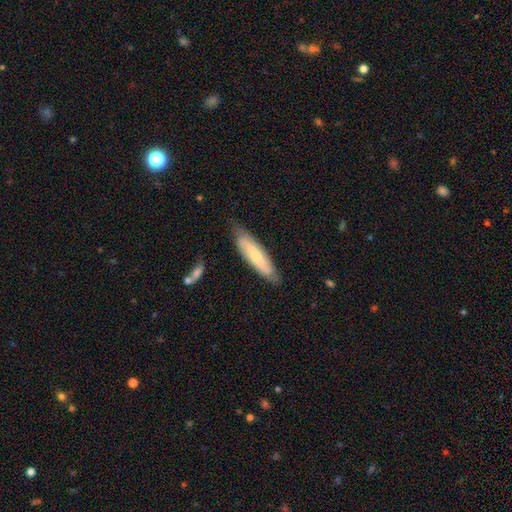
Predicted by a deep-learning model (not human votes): This appears to be a featured or disk galaxy (49%). Merging: none (73%).